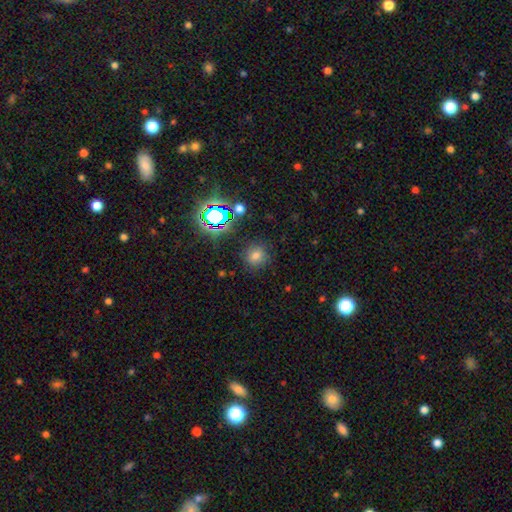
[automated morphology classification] A smooth galaxy with no disk features (67%) that is round (81%).

Vote fractions:
- Smooth or featured? smooth: 67% / star or artifact: 24% / featured or disk: 9%
- How rounded? round: 81% / in between: 18% / cigar-shaped: 1%
- Merging? none: 85% / minor disturbance: 9% / major disturbance: 4% / merger: 2%